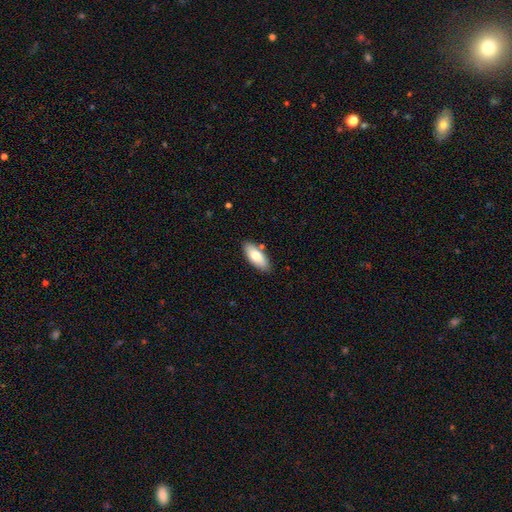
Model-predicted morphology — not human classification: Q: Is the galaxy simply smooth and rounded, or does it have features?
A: smooth — 78%.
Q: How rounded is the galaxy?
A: in between — 81%.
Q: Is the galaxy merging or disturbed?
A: none — 84%.